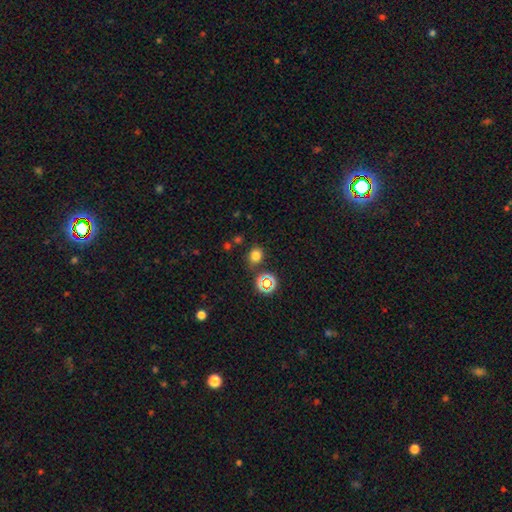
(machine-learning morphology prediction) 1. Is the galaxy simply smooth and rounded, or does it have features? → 74% smooth, 20% star or artifact, 6% featured or disk.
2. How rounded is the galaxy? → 71% round, 28% in between, 1% cigar-shaped.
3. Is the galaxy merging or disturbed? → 77% none, 12% minor disturbance, 7% merger, 4% major disturbance.